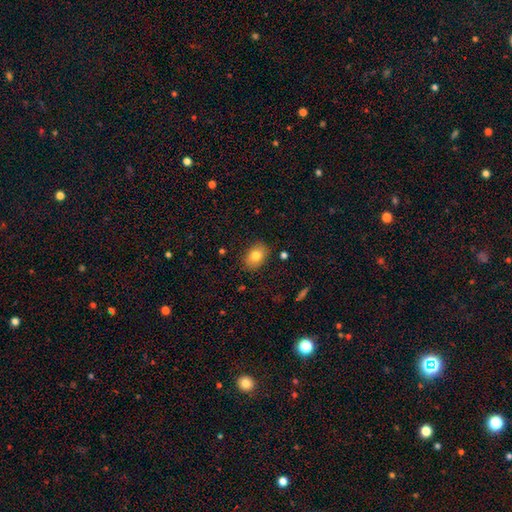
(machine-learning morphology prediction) smooth_or_featured: smooth (p=0.80) [alt: featured or disk p=0.11]
how_rounded: in between (p=0.75) [alt: round p=0.24]
merging: none (p=0.86) [alt: minor disturbance p=0.10]